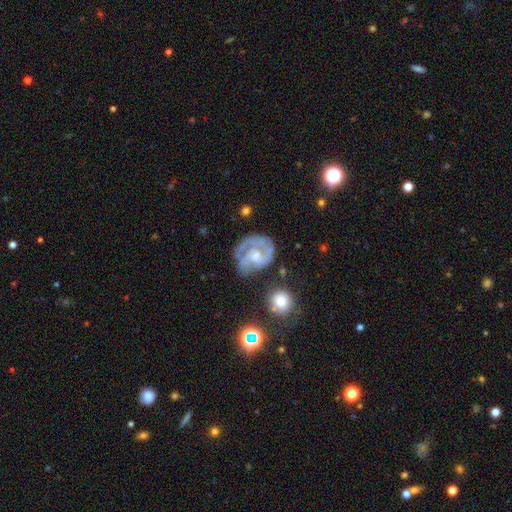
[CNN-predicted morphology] Q: Smooth or featured?
A: featured or disk (70%); runner-up: smooth (23%)
Q: Edge-on disk?
A: no (98%); runner-up: yes (2%)
Q: Bar?
A: no (72%); runner-up: weak (24%)
Q: Spiral arms?
A: yes (68%); runner-up: no (32%)
Q: Bulge size?
A: small (44%); runner-up: moderate (39%)
Q: Merging?
A: none (42%); runner-up: major disturbance (26%)